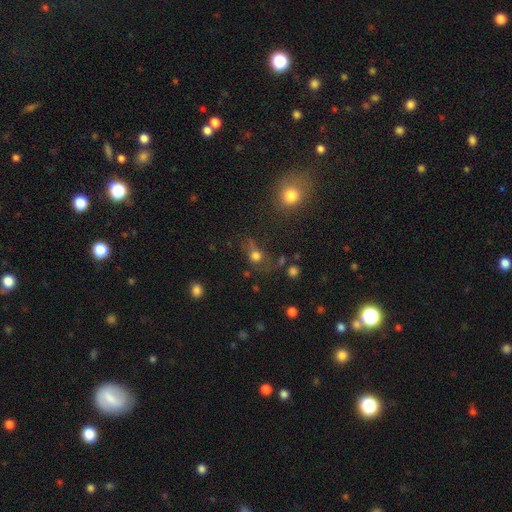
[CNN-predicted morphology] This appears to be a smooth galaxy with no disk features (67%) that is round (71%). Merging: none (47%).